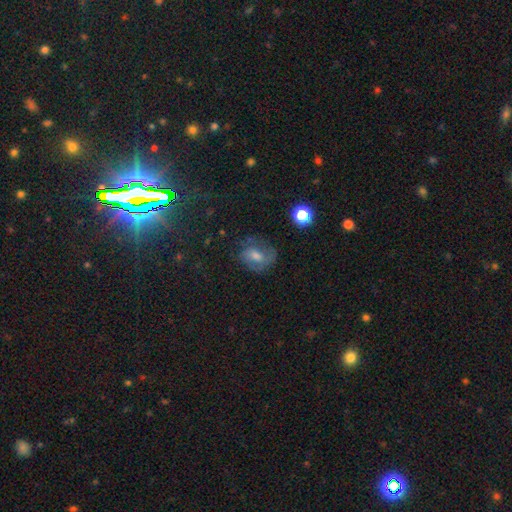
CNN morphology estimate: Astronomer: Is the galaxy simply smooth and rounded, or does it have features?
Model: featured or disk — 47% (runner-up: smooth, 34%).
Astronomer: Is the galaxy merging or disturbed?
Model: none — 65%.